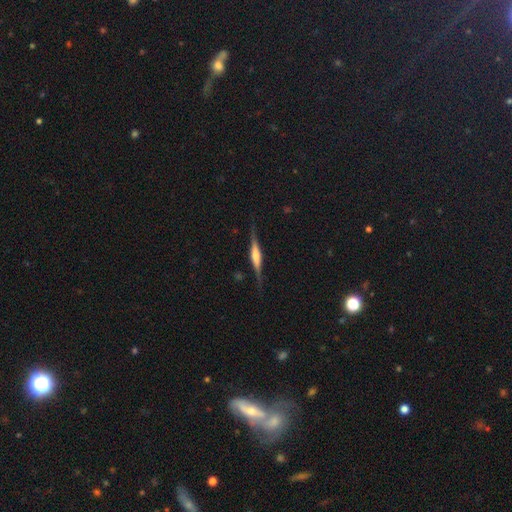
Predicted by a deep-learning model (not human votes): Smooth or featured? featured or disk (71%)
Edge-on disk? yes (97%)
Edge-on bulge? rounded (54%)
Merging? none (85%)